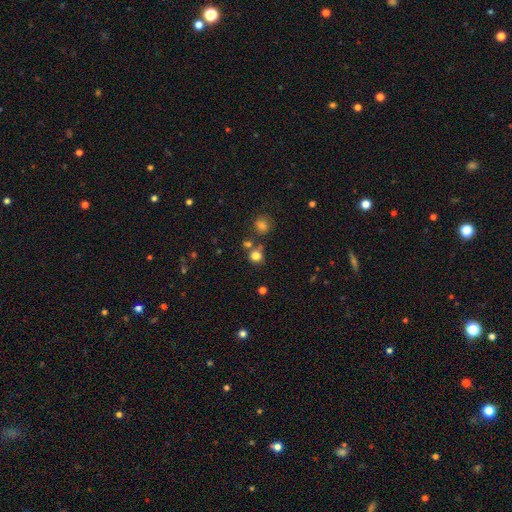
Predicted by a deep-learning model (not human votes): smooth 78%, star or artifact 15%, featured or disk 7%. Down the decision tree: how rounded — round (82%); merging — none (64%).